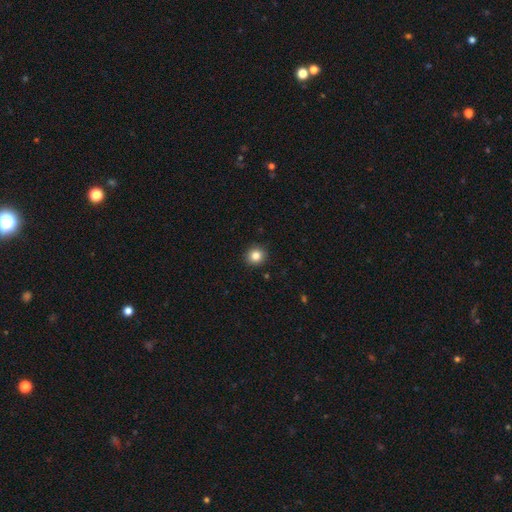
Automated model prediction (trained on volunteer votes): A smooth galaxy with no disk features (83%) that is round (90%). Merging: none (91%).